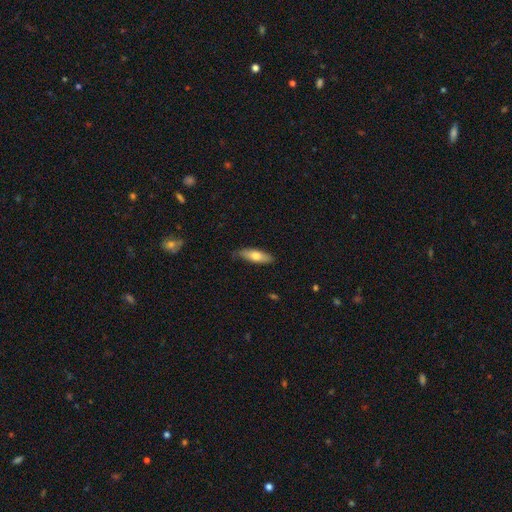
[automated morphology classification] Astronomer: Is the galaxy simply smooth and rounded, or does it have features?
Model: smooth — 69%.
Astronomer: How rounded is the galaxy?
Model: in between — 51% (runner-up: cigar-shaped, 46%).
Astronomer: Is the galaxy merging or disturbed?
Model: none — 78%.